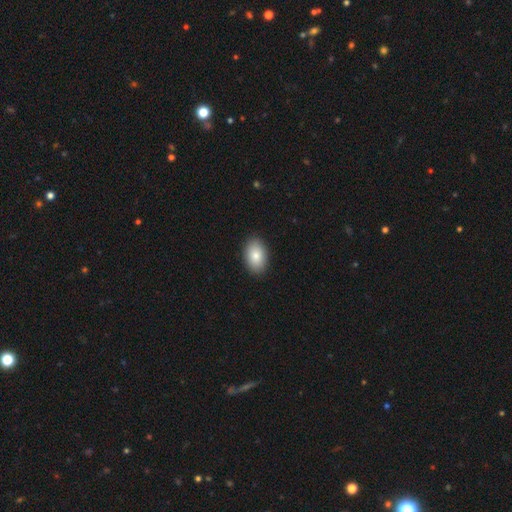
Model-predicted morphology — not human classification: Smooth or featured?
  - smooth: 84% *
  - featured or disk: 9%
  - star or artifact: 7%
How rounded?
  - in between: 89% *
  - round: 10%
  - cigar-shaped: 1%
Merging?
  - none: 90% *
  - minor disturbance: 7%
  - major disturbance: 2%
  - merger: 1%